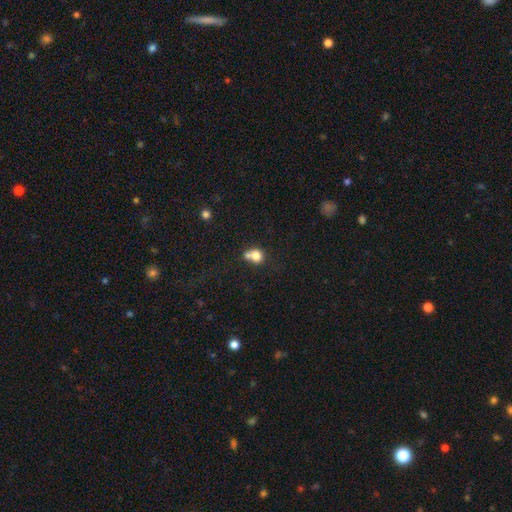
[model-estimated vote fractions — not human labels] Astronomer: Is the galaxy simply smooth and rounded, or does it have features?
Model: smooth — 76%.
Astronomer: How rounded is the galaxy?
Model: round — 76%.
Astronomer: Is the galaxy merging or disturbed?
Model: merger — 47% (runner-up: none, 39%).